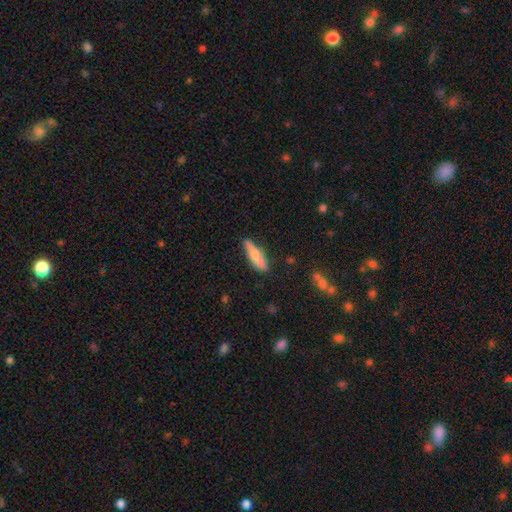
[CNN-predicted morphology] A smooth galaxy with no disk features (66%) that is cigar-shaped (64%).

Vote fractions:
- Smooth or featured? smooth: 66% / featured or disk: 28% / star or artifact: 6%
- How rounded? cigar-shaped: 64% / in between: 34% / round: 2%
- Merging? none: 78% / minor disturbance: 17% / major disturbance: 3% / merger: 2%